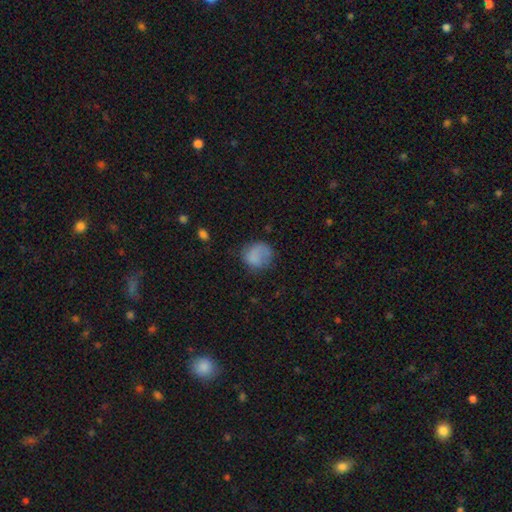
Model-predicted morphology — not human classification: Overall: smooth (78%). How rounded: round (78%). Merging: none (55%; minor disturbance 25%).